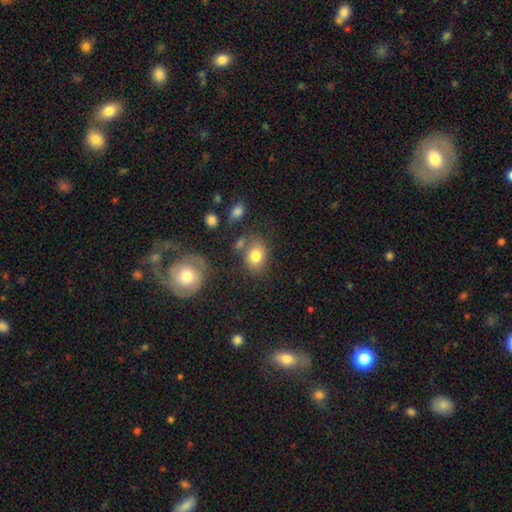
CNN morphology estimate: A smooth galaxy with no disk features (78%) that is in between round and cigar-shaped (63%). Merging: none (67%).